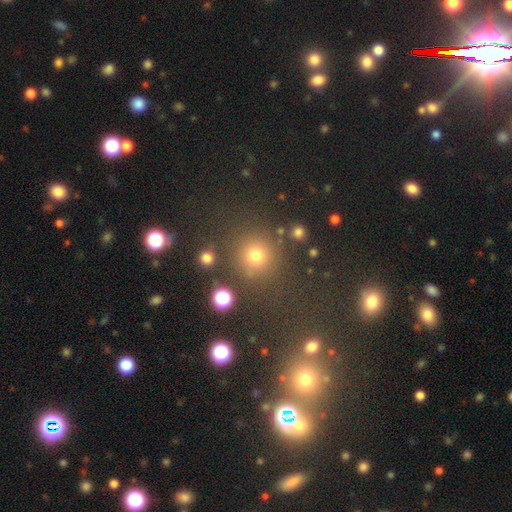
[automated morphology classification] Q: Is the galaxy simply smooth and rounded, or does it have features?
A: smooth — 71%.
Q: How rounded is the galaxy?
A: round — 92%.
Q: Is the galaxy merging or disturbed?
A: none — 81%.